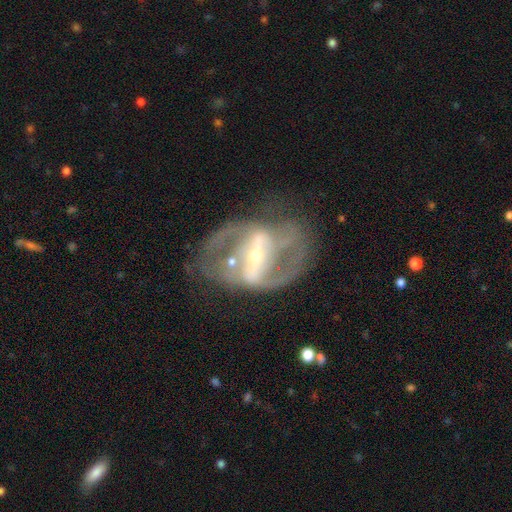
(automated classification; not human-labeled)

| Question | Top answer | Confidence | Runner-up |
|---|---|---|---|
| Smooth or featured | featured or disk | 88% | star or artifact (6%) |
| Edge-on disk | no | 95% | yes (5%) |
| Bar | strong | 75% | weak (17%) |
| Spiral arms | yes | 87% | no (13%) |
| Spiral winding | medium | 51% | loose (30%) |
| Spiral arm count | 2 | 84% | can't tell (7%) |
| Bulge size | small | 66% | moderate (29%) |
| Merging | none | 57% | major disturbance (20%) |